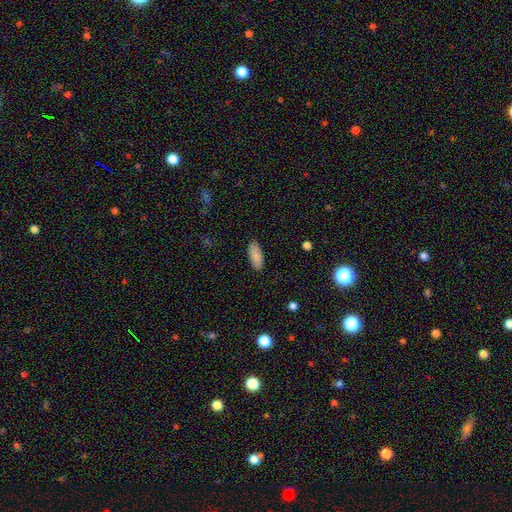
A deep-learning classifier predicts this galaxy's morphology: Smooth or featured? Predicted: smooth (p=0.88). How rounded? Predicted: in between (p=0.80). Merging? Predicted: none (p=0.88).